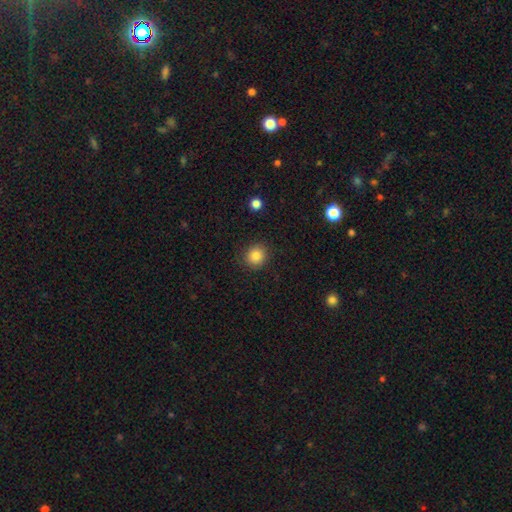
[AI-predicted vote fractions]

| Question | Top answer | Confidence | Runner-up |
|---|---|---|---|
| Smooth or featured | smooth | 83% | star or artifact (11%) |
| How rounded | round | 87% | in between (12%) |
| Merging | none | 88% | minor disturbance (8%) |